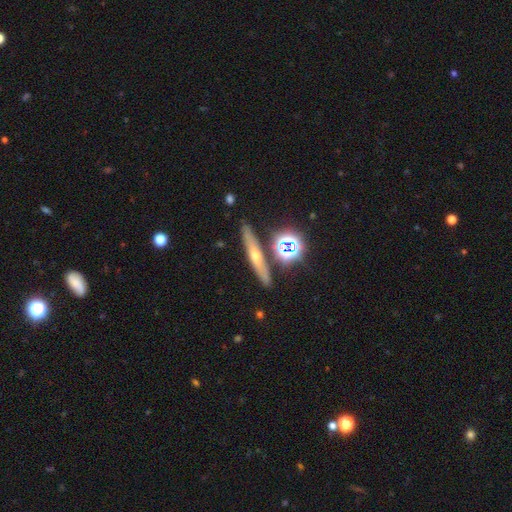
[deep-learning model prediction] Overall: featured or disk (49%; smooth 31%). Merging: none (84%).